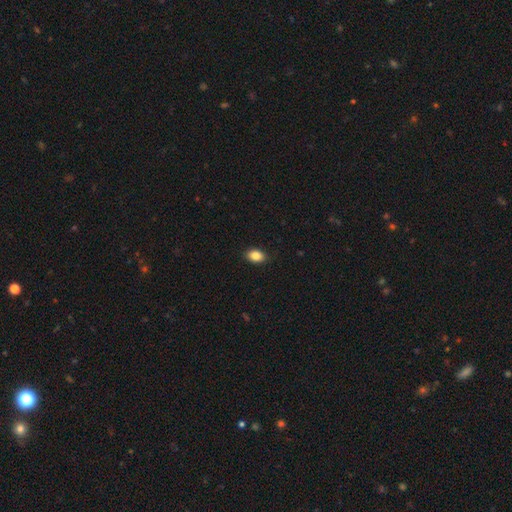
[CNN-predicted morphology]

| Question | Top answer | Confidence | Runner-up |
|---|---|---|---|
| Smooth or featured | smooth | 85% | star or artifact (8%) |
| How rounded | in between | 81% | round (17%) |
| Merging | none | 88% | minor disturbance (9%) |